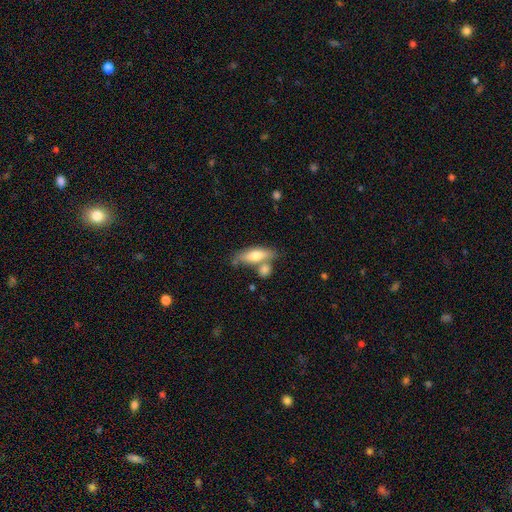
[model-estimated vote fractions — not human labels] Overall: smooth (63%; featured or disk 31%). How rounded: in between (57%; cigar-shaped 40%). Merging: none (57%; merger 25%).